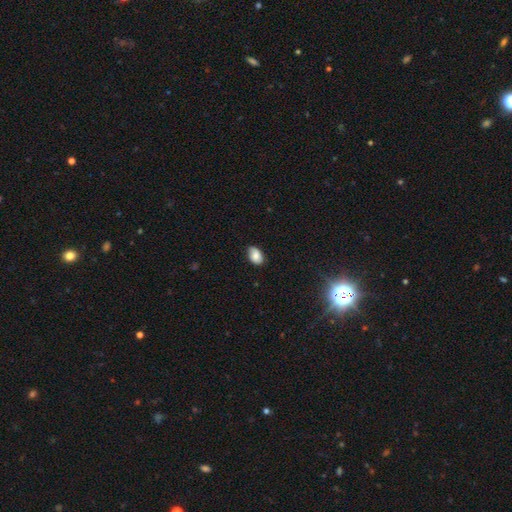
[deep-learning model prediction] smooth_or_featured: smooth (p=0.81) [alt: featured or disk p=0.11]
how_rounded: in between (p=0.88) [alt: round p=0.11]
merging: none (p=0.78) [alt: minor disturbance p=0.18]